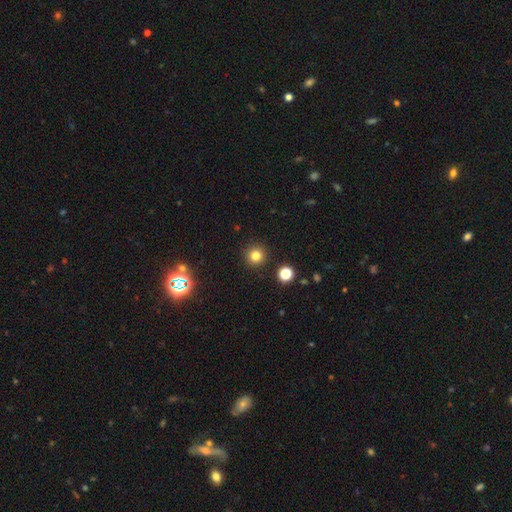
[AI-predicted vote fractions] Smooth or featured? Predicted: smooth (p=0.79). How rounded? Predicted: round (p=0.95). Merging? Predicted: none (p=0.91).